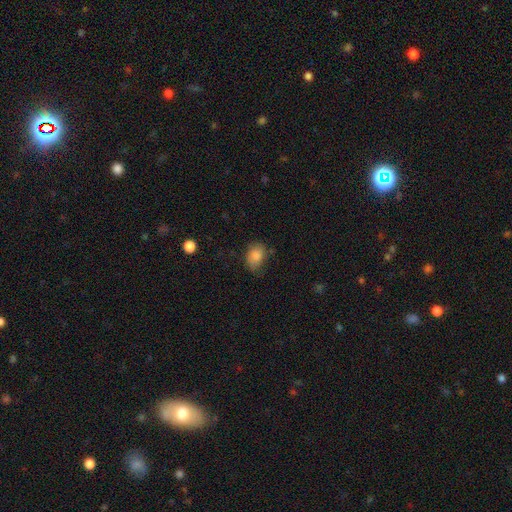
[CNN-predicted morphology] This is clearly a smooth galaxy (84%). How rounded: likely in between (71%). Merging: likely none (65%).